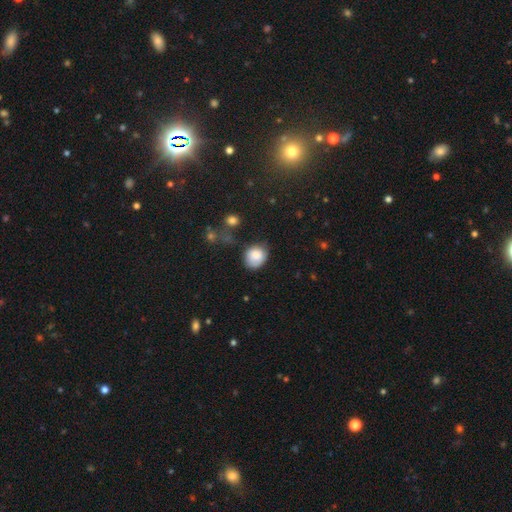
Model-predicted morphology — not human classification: The model was most divided on "merging": none: 57%, minor disturbance: 31%, major disturbance: 9%, merger: 4%. More confident: smooth or featured — smooth (83%); how rounded — round (63%).